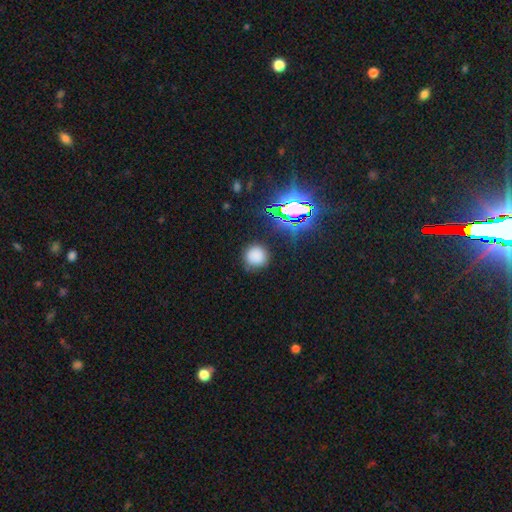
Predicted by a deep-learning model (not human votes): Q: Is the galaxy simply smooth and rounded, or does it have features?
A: smooth — 75%.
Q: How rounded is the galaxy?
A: round — 93%.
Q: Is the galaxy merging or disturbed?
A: none — 85%.